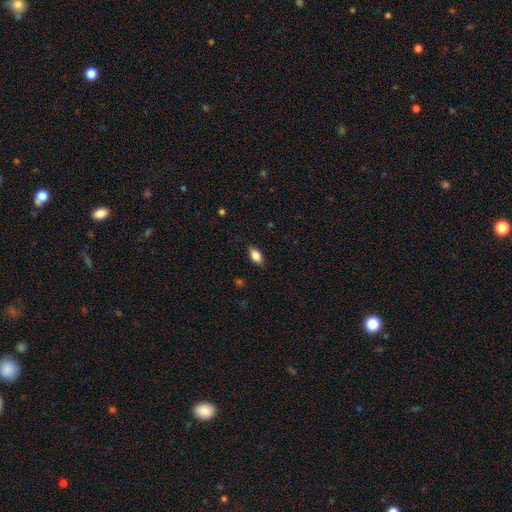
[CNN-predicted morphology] Smooth or featured? smooth (80%)
How rounded? in between (87%)
Merging? none (85%)